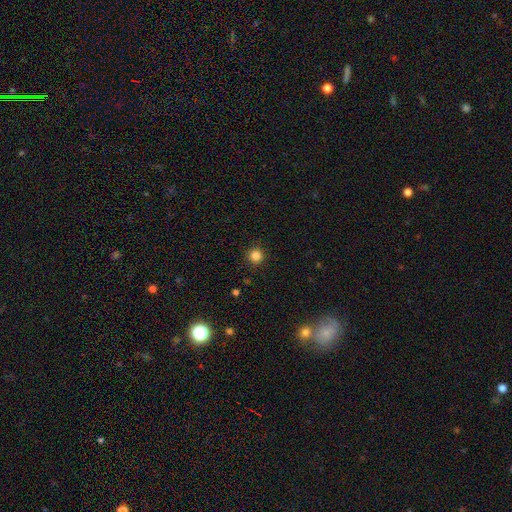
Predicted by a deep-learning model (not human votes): Smooth or featured? smooth (84%)
How rounded? round (96%)
Merging? none (92%)